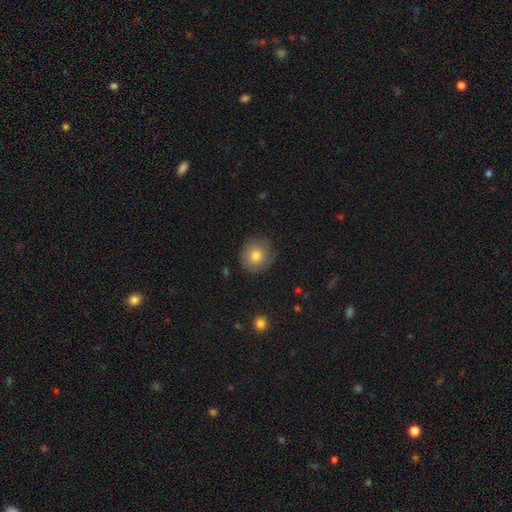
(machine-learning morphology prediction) Smooth or featured?
  - smooth: 78% *
  - featured or disk: 13%
  - star or artifact: 9%
How rounded?
  - round: 88% *
  - in between: 11%
  - cigar-shaped: 1%
Merging?
  - none: 82% *
  - minor disturbance: 13%
  - major disturbance: 3%
  - merger: 1%